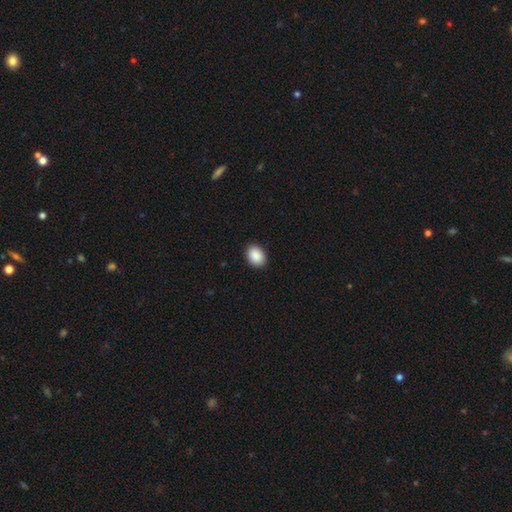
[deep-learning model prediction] The model was most divided on "how rounded": in between: 68%, round: 31%, cigar-shaped: 1%. More confident: merging — none (91%); smooth or featured — smooth (90%).